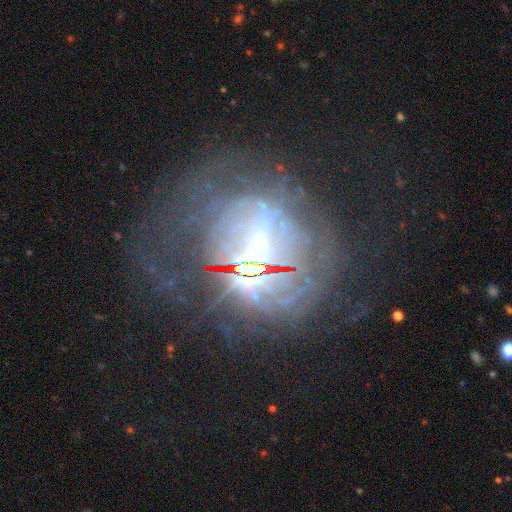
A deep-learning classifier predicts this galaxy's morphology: featured or disk 66%, star or artifact 23%, smooth 12%. Down the decision tree: edge-on disk — no (90%); bar — strong (35%, tied with no); spiral arms — yes (59%); bulge size — small (41%); merging — none (48%).